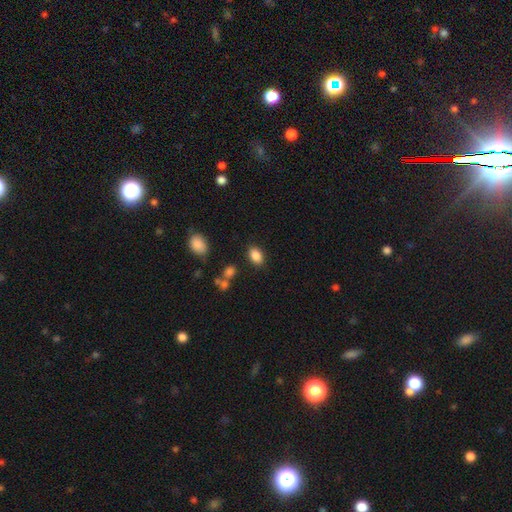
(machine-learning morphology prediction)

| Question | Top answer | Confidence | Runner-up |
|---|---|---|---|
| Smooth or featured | smooth | 86% | star or artifact (9%) |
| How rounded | in between | 84% | round (14%) |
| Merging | none | 83% | minor disturbance (10%) |